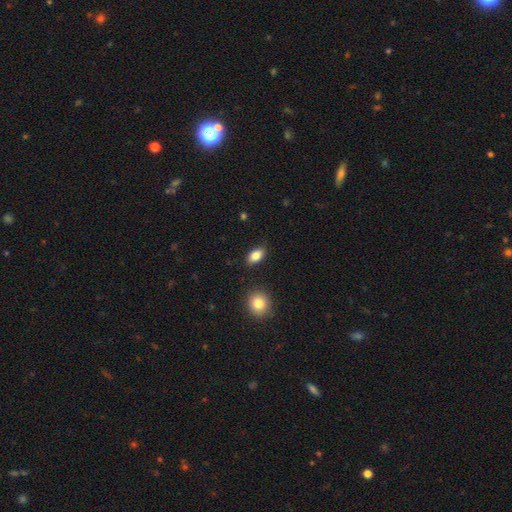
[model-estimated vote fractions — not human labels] Smooth or featured: smooth — 84% (star or artifact — 8%)
How rounded: in between — 90% (round — 7%)
Merging: none — 87% (minor disturbance — 9%)